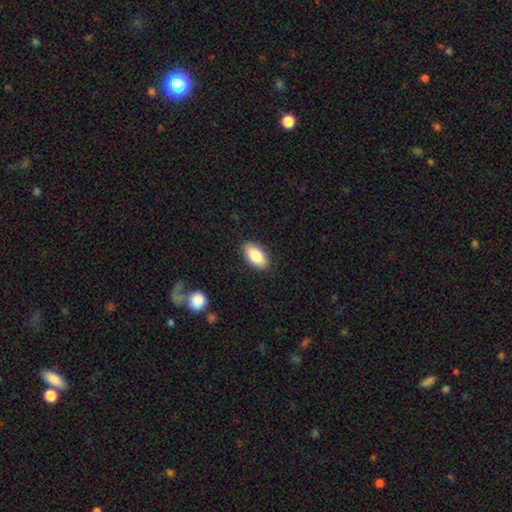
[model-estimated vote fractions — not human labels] Morphology: type=smooth (82%); roundness=in between (93%); merging=none (88%).